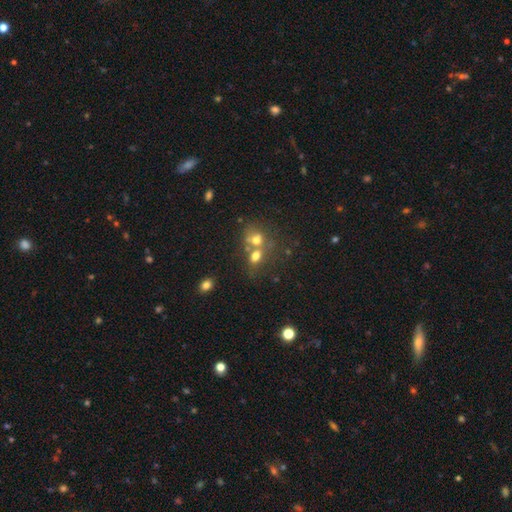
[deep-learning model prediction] This appears to be a smooth galaxy with no disk features (68%) that is round (50%). Merging: merger (55%).